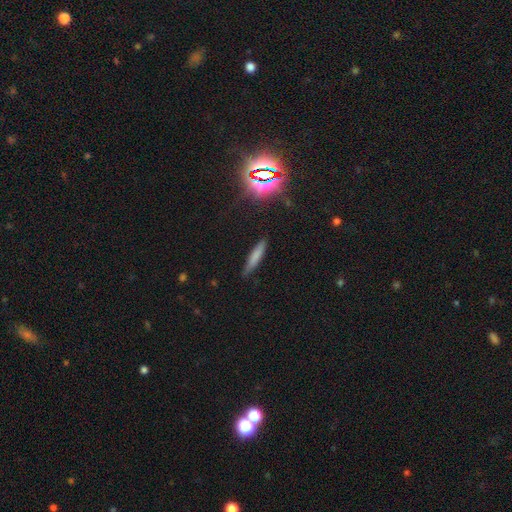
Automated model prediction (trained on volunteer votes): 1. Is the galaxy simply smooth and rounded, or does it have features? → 72% smooth, 16% featured or disk, 11% star or artifact.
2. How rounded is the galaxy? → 84% cigar-shaped, 14% in between, 2% round.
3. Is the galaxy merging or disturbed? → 80% none, 15% minor disturbance, 3% major disturbance, 2% merger.